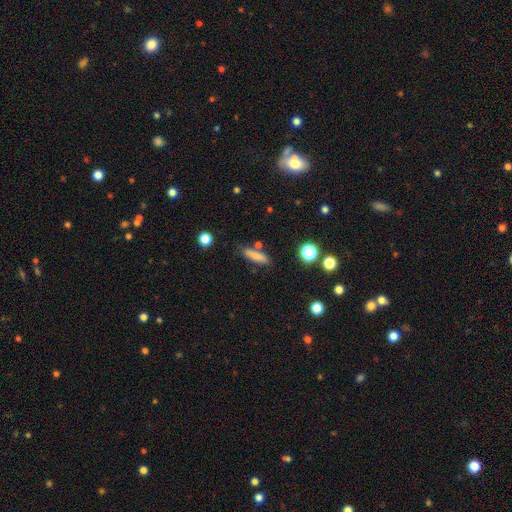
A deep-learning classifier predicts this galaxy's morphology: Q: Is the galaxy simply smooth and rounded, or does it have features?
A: smooth — 80%.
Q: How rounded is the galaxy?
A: cigar-shaped — 68%.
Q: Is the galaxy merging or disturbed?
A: none — 79%.